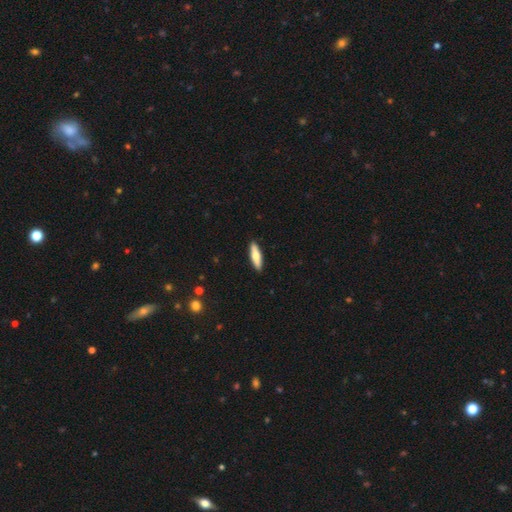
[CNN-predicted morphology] Smooth or featured? Predicted: smooth (p=0.64). How rounded? Predicted: cigar-shaped (p=0.65). Merging? Predicted: none (p=0.91).